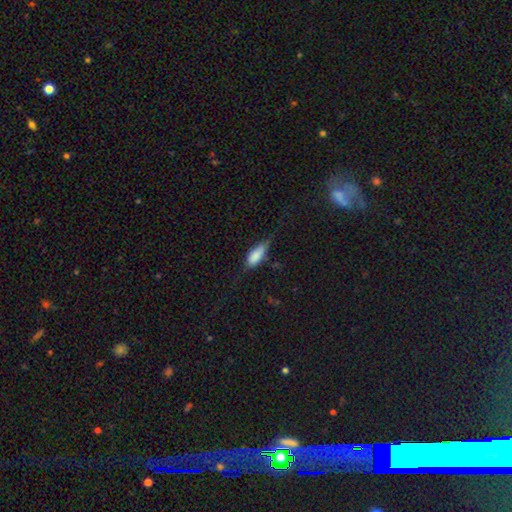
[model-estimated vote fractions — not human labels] Overall: smooth (77%). How rounded: in between (74%). Merging: none (47%; minor disturbance 35%).